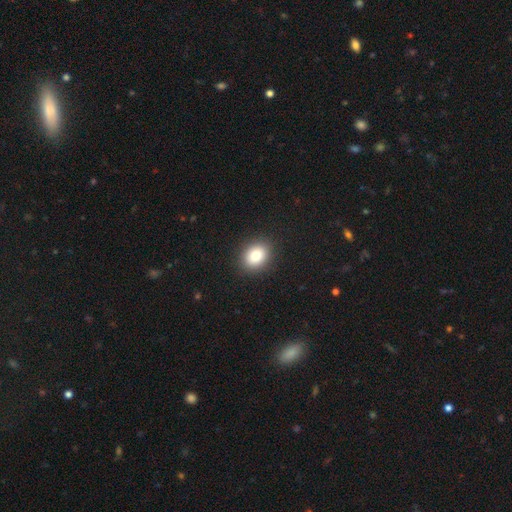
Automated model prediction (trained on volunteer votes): Smooth or featured?
  - smooth: 83% *
  - star or artifact: 9%
  - featured or disk: 7%
How rounded?
  - in between: 54% *
  - round: 45%
  - cigar-shaped: 1%
Merging?
  - none: 90% *
  - minor disturbance: 7%
  - major disturbance: 2%
  - merger: 1%